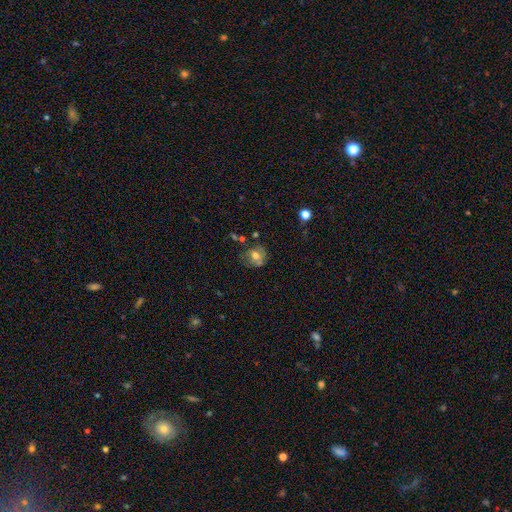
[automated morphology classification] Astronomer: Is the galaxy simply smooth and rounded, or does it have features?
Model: smooth — 55% (runner-up: featured or disk, 34%).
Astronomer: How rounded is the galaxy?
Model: round — 68%.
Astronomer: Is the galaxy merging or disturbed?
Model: none — 51%.